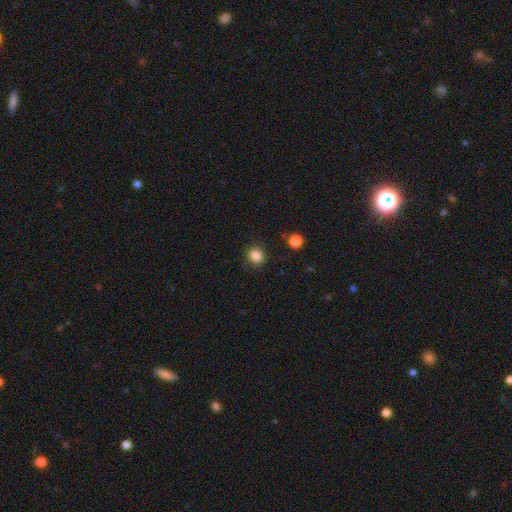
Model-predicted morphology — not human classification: Smooth or featured? smooth (85%)
How rounded? round (82%)
Merging? none (87%)